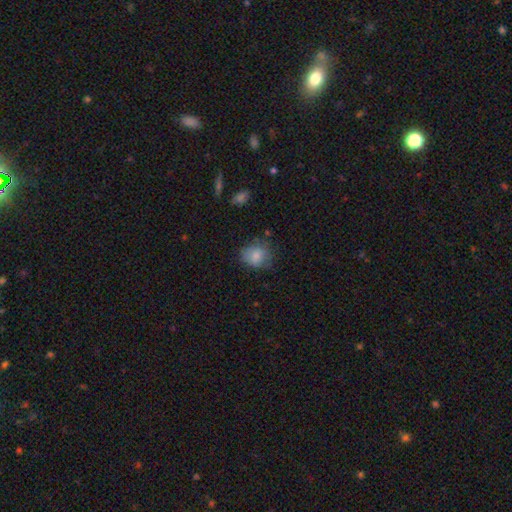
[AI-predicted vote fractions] This appears to be a smooth galaxy with no disk features (80%) that is round (60%). Merging: none (65%).